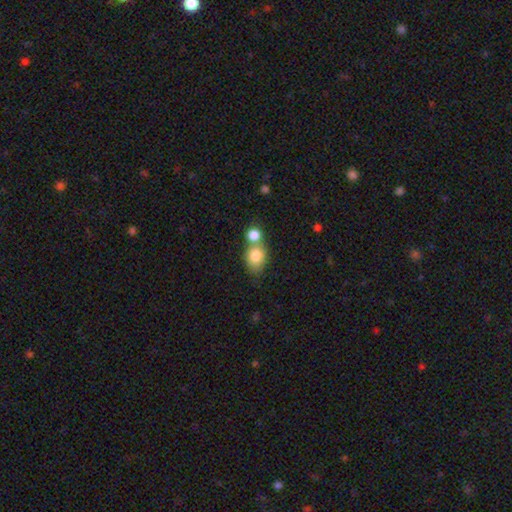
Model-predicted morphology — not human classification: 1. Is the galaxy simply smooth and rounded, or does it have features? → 81% smooth, 10% featured or disk, 9% star or artifact.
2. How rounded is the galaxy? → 50% in between, 48% round, 1% cigar-shaped.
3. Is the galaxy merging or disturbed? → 45% merger, 39% none, 11% minor disturbance, 5% major disturbance.